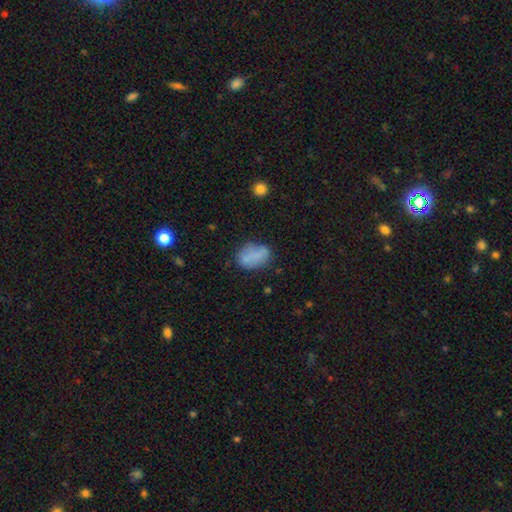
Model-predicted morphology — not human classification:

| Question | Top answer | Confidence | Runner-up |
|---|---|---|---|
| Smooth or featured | smooth | 74% | featured or disk (16%) |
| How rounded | in between | 79% | round (19%) |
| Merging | none | 52% | minor disturbance (28%) |